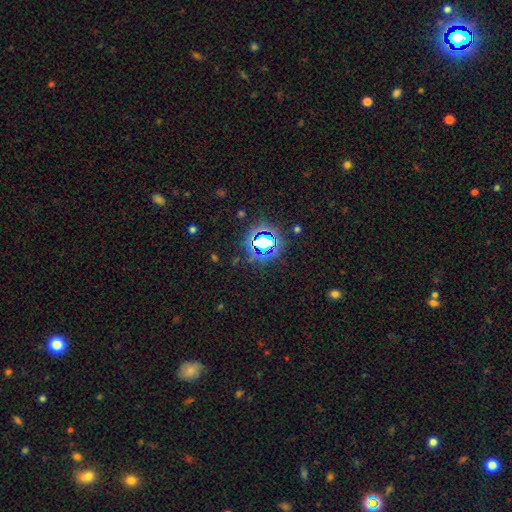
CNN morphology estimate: Smooth or featured? star or artifact (78%)